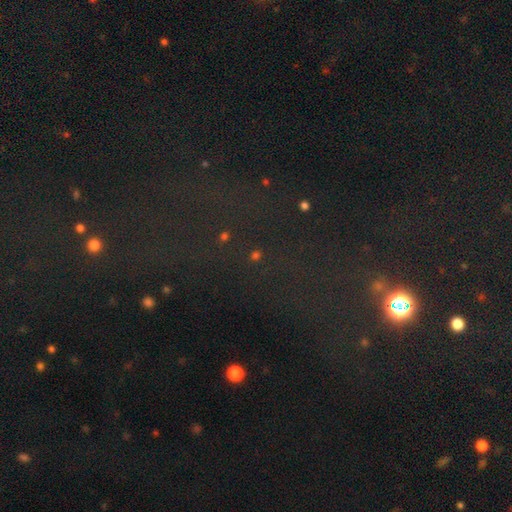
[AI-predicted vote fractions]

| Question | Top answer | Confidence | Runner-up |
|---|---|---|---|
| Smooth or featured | star or artifact | 61% | smooth (31%) |